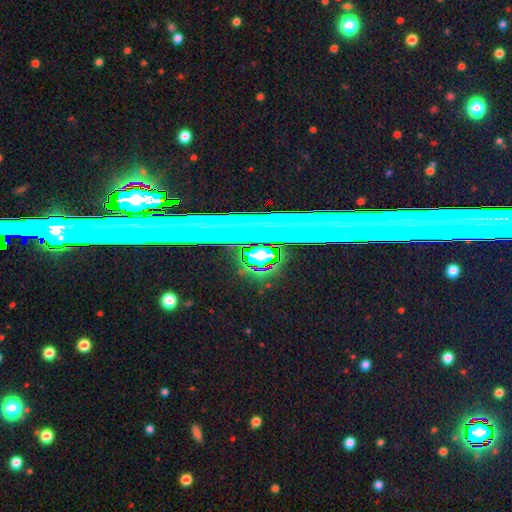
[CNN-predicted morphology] A star or artifact, not a galaxy (69%).